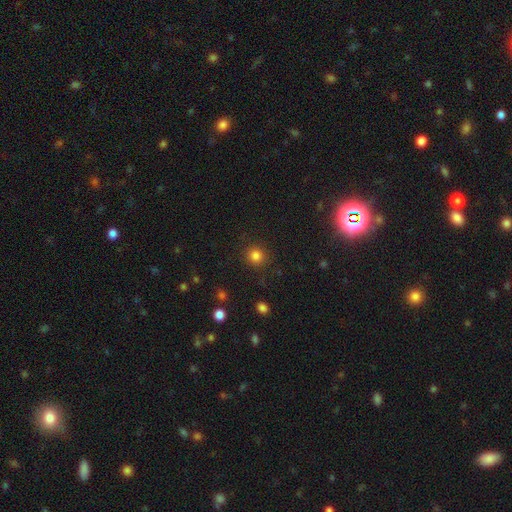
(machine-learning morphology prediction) Smooth or featured? smooth (83%)
How rounded? round (91%)
Merging? none (89%)